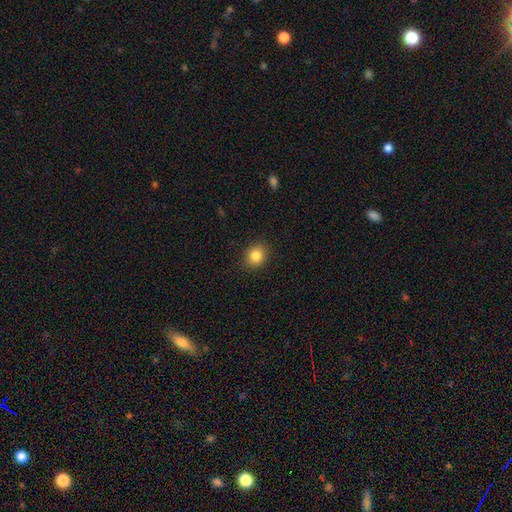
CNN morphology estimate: Smooth or featured? Predicted: smooth (p=0.84). How rounded? Predicted: round (p=0.75). Merging? Predicted: none (p=0.90).